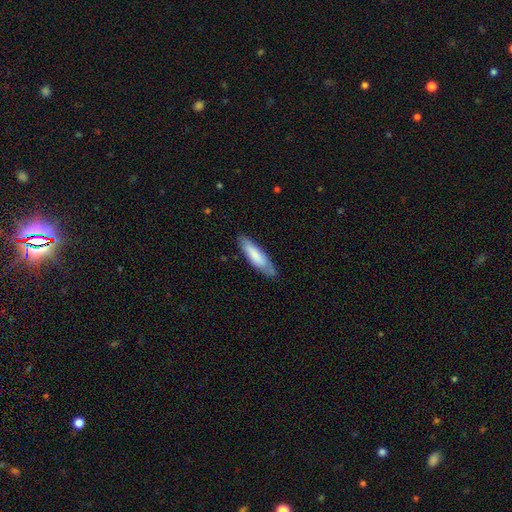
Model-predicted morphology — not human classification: Smooth or featured?
  - smooth: 76% *
  - featured or disk: 18%
  - star or artifact: 5%
How rounded?
  - cigar-shaped: 64% *
  - in between: 34%
  - round: 1%
Merging?
  - none: 79% *
  - minor disturbance: 17%
  - major disturbance: 3%
  - merger: 1%